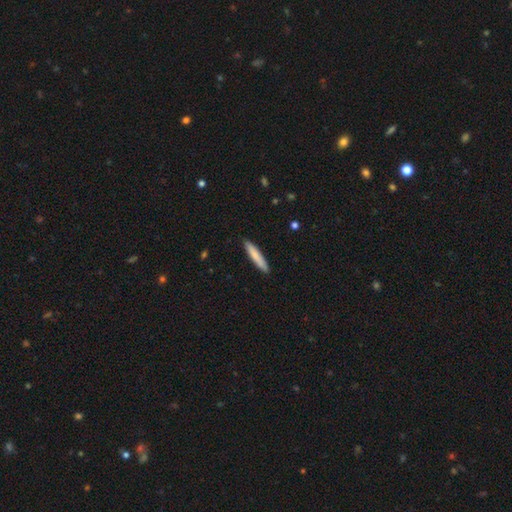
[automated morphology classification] Smooth or featured? smooth (80%)
How rounded? cigar-shaped (91%)
Merging? none (89%)